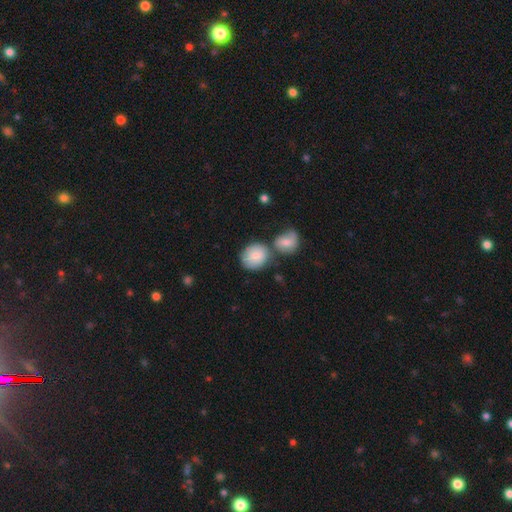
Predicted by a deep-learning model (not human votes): smooth 83%, featured or disk 11%, star or artifact 6%. Down the decision tree: how rounded — round (70%); merging — none (48%).